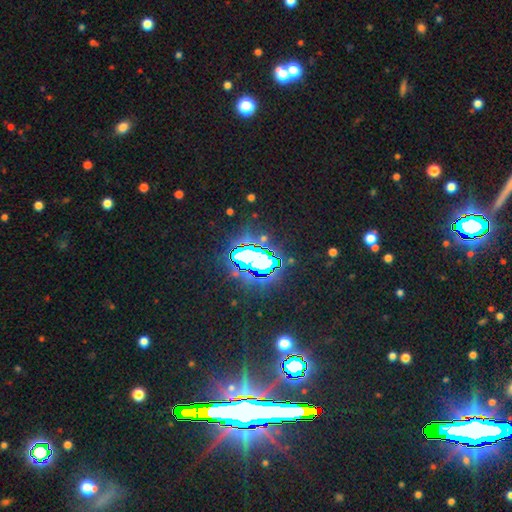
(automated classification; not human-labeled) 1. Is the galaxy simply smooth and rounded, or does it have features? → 71% star or artifact, 17% smooth, 12% featured or disk.